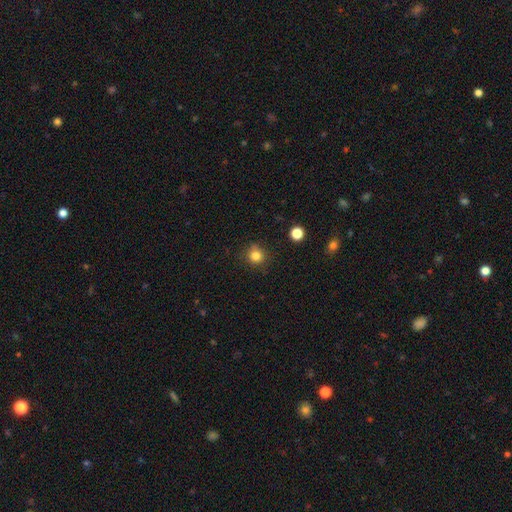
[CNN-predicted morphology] Smooth or featured? Predicted: smooth (p=0.82). How rounded? Predicted: round (p=0.90). Merging? Predicted: none (p=0.81).